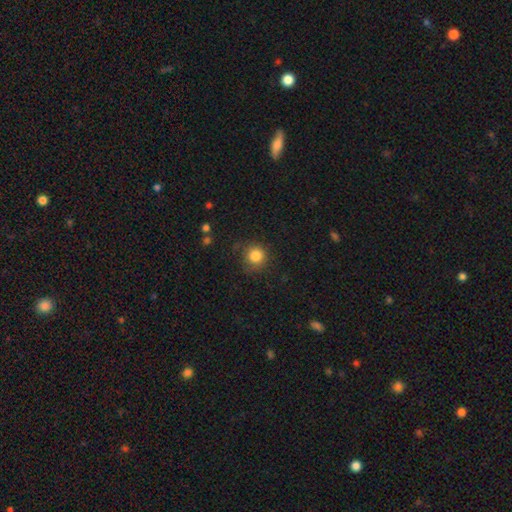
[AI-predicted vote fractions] Smooth or featured: smooth — 83% (star or artifact — 11%)
How rounded: round — 92% (in between — 7%)
Merging: none — 78% (minor disturbance — 15%)